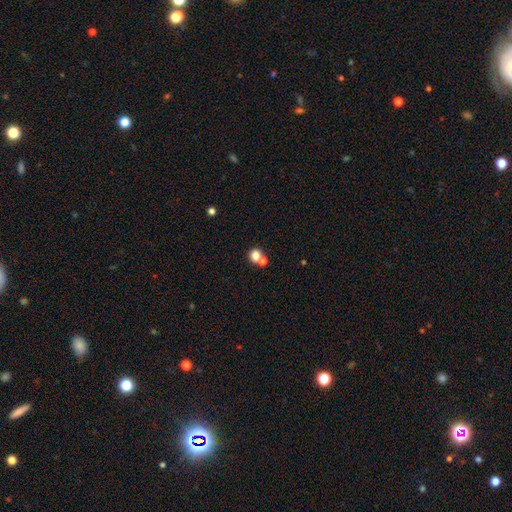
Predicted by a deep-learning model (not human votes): The model was most divided on "merging": none: 47%, merger: 43%, minor disturbance: 7%, major disturbance: 4%. More confident: how rounded — round (82%); smooth or featured — smooth (77%).